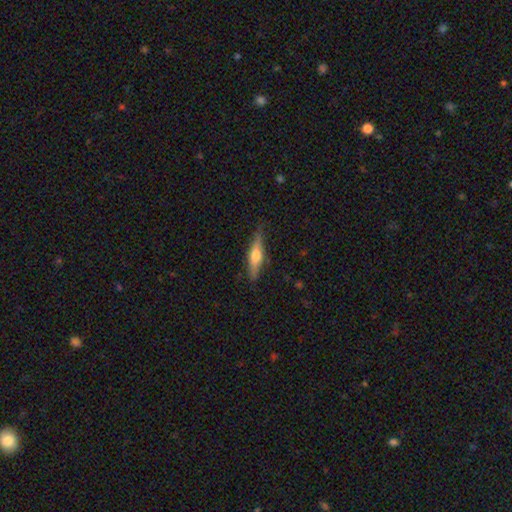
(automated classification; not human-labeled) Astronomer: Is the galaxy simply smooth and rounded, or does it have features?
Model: smooth — 50% (runner-up: featured or disk, 44%).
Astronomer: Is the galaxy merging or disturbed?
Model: none — 80%.